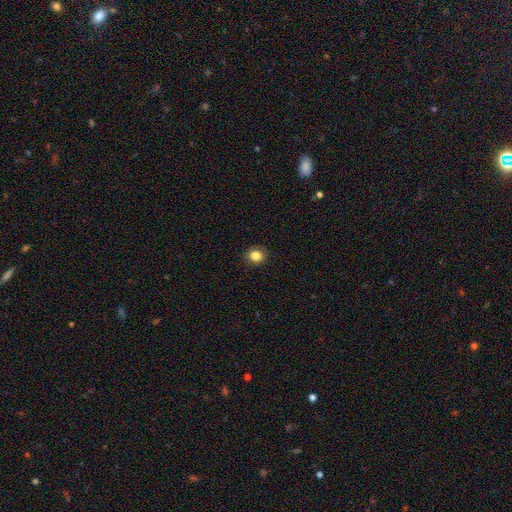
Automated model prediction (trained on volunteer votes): Smooth or featured? Predicted: smooth (p=0.84). How rounded? Predicted: round (p=0.79). Merging? Predicted: none (p=0.90).